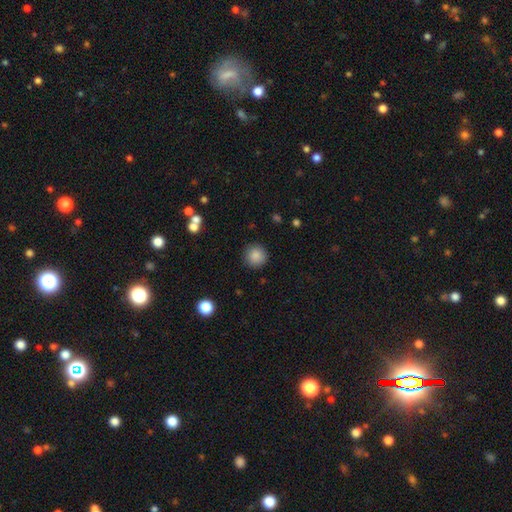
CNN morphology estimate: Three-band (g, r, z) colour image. It shows a smooth galaxy with no disk features (87%) that is round (95%). Merging: none (90%).